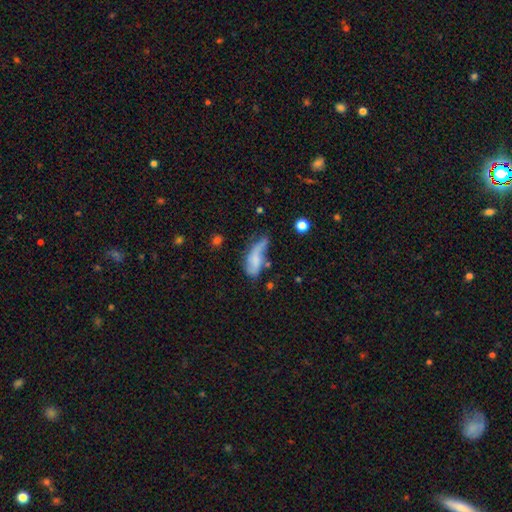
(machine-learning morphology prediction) smooth_or_featured: smooth (p=0.49) [alt: featured or disk p=0.39]
merging: major disturbance (p=0.30) [alt: none p=0.29]